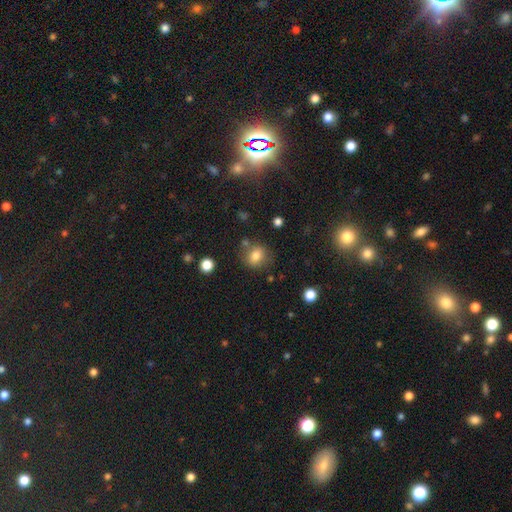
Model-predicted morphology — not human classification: smooth-or-featured: smooth: 79% | star or artifact: 12% | featured or disk: 10%
  how-rounded: round: 68% | in between: 31% | cigar-shaped: 1%
  merging: none: 73% | minor disturbance: 14% | merger: 8% | major disturbance: 4%